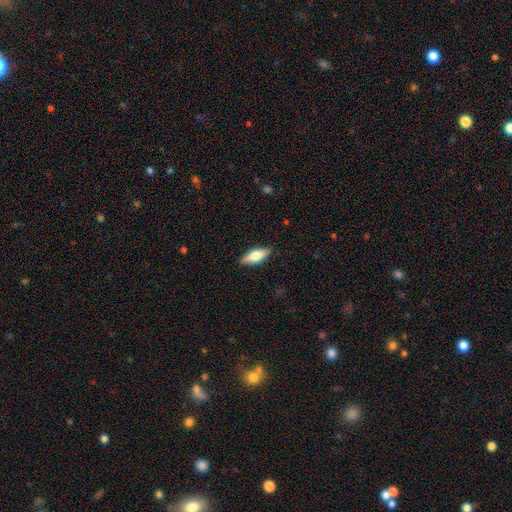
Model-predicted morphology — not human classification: Smooth or featured? Predicted: smooth (p=0.61). How rounded? Predicted: in between (p=0.67). Merging? Predicted: none (p=0.88).